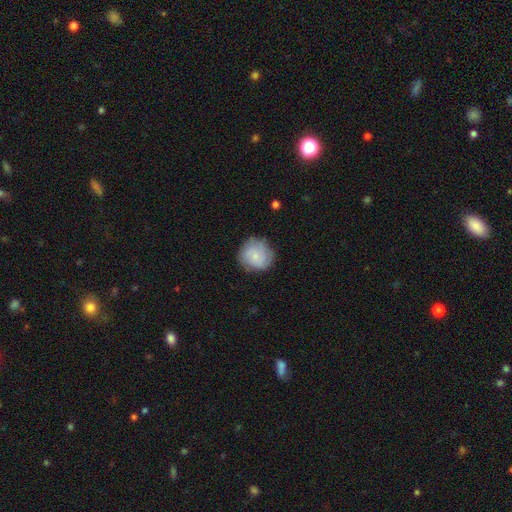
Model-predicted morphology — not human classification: A smooth galaxy with no disk features (68%) that is round (89%).

Vote fractions:
- Smooth or featured? smooth: 68% / featured or disk: 25% / star or artifact: 7%
- How rounded? round: 89% / in between: 10% / cigar-shaped: 1%
- Merging? none: 77% / minor disturbance: 17% / major disturbance: 5% / merger: 1%